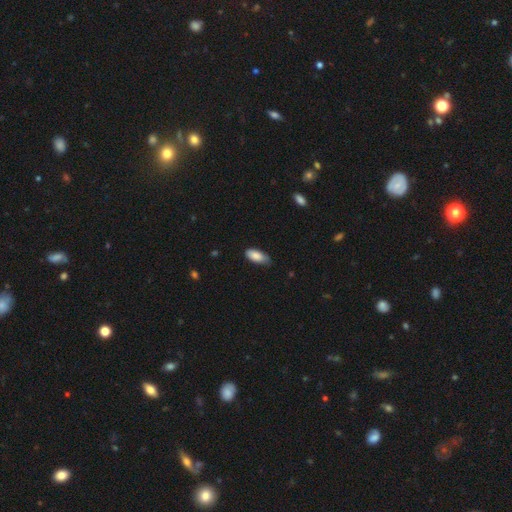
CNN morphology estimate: Q: Smooth or featured?
A: smooth (85%); runner-up: featured or disk (8%)
Q: How rounded?
A: in between (89%); runner-up: cigar-shaped (9%)
Q: Merging?
A: none (67%); runner-up: minor disturbance (28%)